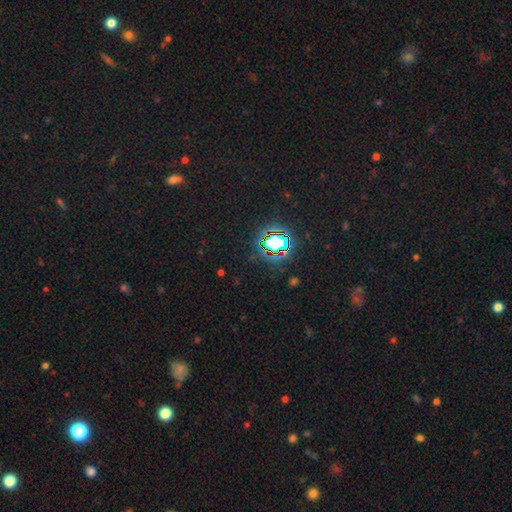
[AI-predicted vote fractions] This is likely a star or artifact rather than a galaxy (76%).